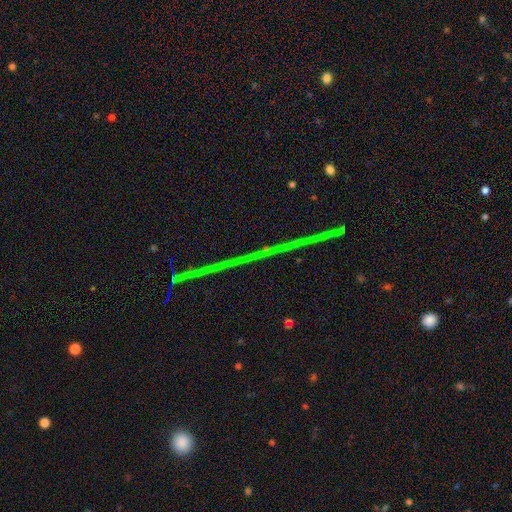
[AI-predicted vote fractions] smooth_or_featured: star or artifact (p=0.77) [alt: featured or disk p=0.15]